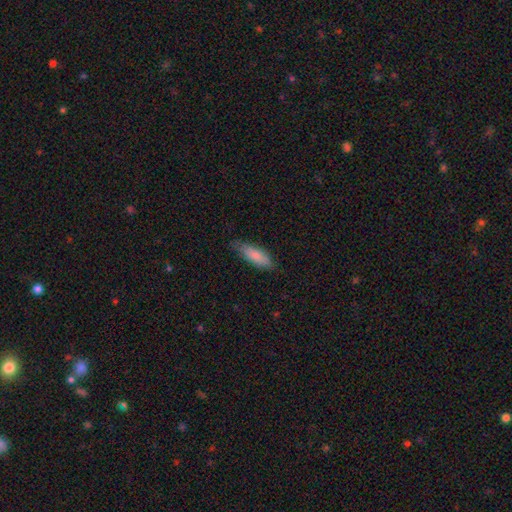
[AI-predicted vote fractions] Smooth or featured: smooth — 82% (featured or disk — 12%)
How rounded: in between — 55% (cigar-shaped — 44%)
Merging: none — 75% (minor disturbance — 21%)